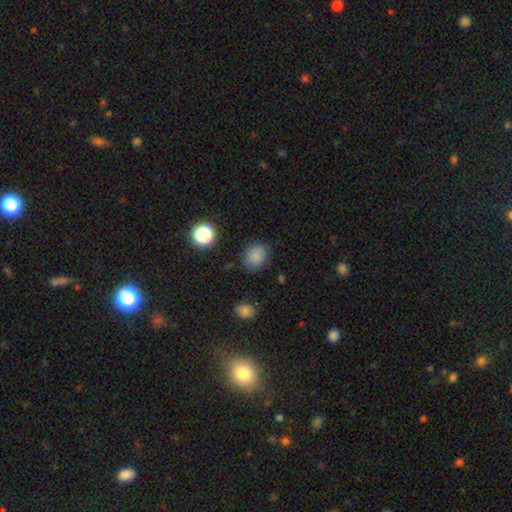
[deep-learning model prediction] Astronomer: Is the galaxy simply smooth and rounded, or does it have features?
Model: smooth — 82%.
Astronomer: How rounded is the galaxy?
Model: round — 52% (runner-up: in between, 47%).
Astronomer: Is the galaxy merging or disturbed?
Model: none — 80%.